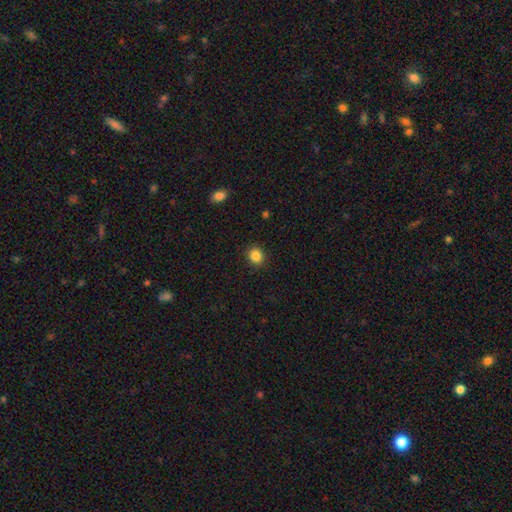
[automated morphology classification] Q: Smooth or featured?
A: smooth (86%); runner-up: star or artifact (11%)
Q: How rounded?
A: round (81%); runner-up: in between (19%)
Q: Merging?
A: none (91%); runner-up: minor disturbance (6%)